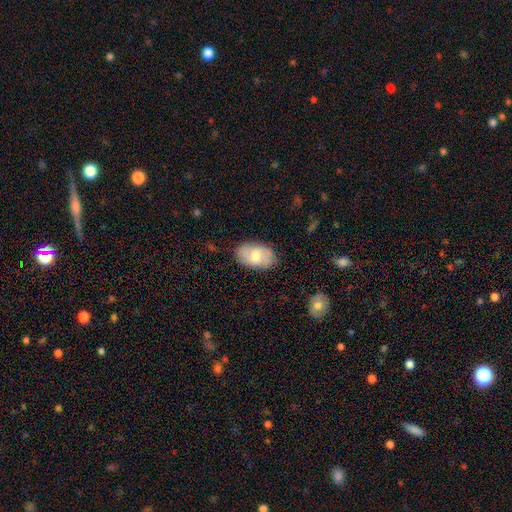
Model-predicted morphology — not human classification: The model was most divided on "smooth or featured": smooth: 64%, featured or disk: 30%, star or artifact: 7%. More confident: how rounded — in between (91%); merging — none (80%).